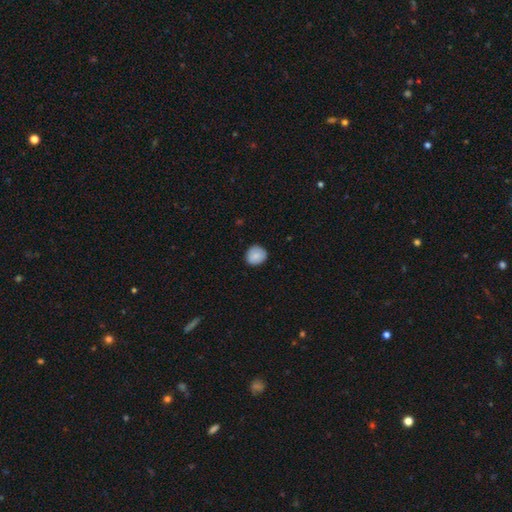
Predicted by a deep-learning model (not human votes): Morphology: type=smooth (84%); roundness=round (83%); merging=none (83%).